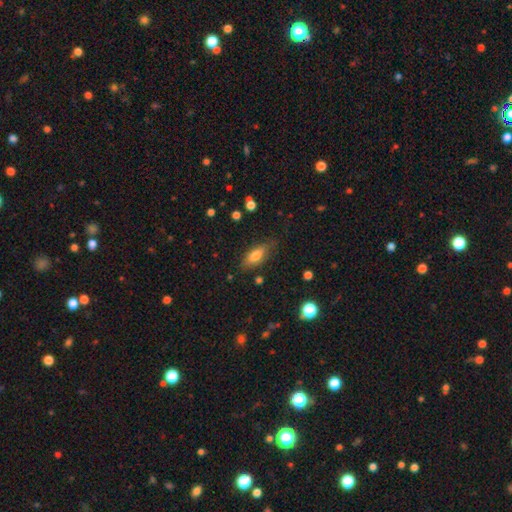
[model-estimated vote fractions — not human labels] Smooth or featured? Predicted: smooth (p=0.72). How rounded? Predicted: in between (p=0.70). Merging? Predicted: none (p=0.78).